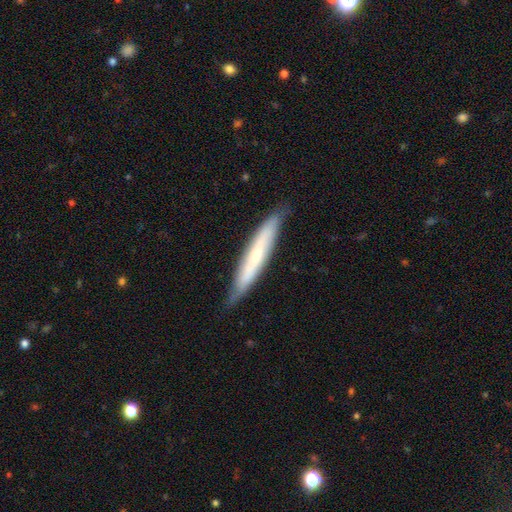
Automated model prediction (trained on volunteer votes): Q: Smooth or featured?
A: smooth (50%); runner-up: featured or disk (45%)
Q: Merging?
A: none (81%); runner-up: minor disturbance (15%)